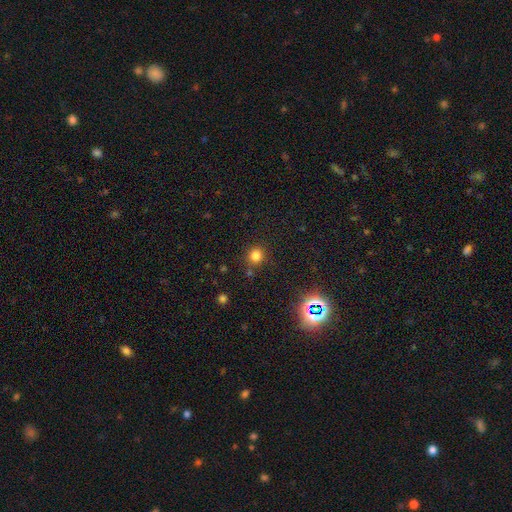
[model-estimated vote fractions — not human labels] This is likely a smooth galaxy (77%). How rounded: clearly round (88%). Merging: clearly none (83%).